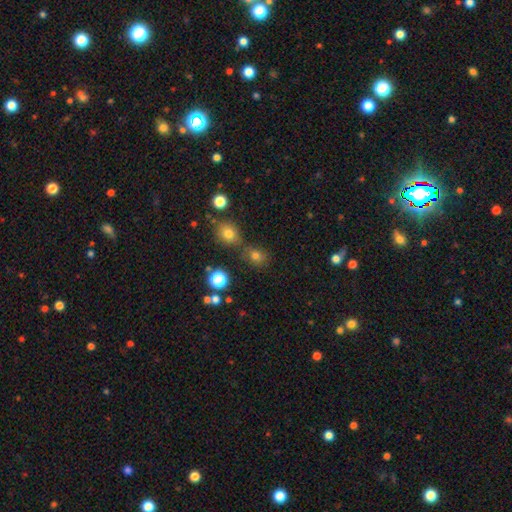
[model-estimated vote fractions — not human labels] smooth 73%, star or artifact 19%, featured or disk 7%. Down the decision tree: how rounded — round (67%); merging — none (64%).